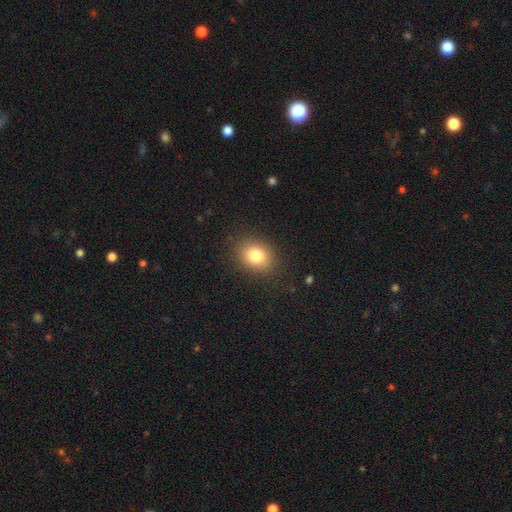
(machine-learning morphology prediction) smooth 81%, star or artifact 11%, featured or disk 8%. Down the decision tree: how rounded — round (53%); merging — none (86%).